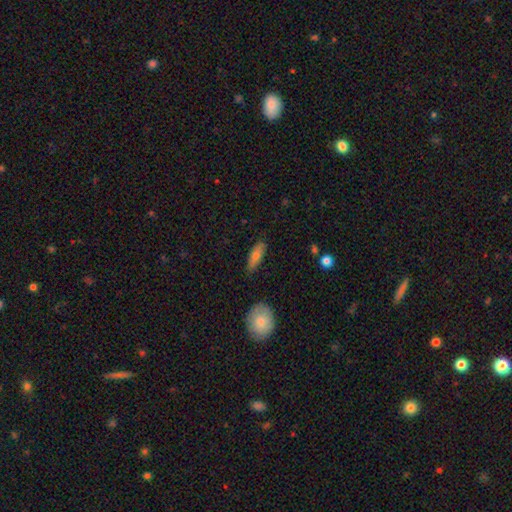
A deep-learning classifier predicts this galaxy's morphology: Smooth or featured? Predicted: smooth (p=0.70). How rounded? Predicted: in between (p=0.56). Merging? Predicted: none (p=0.81).